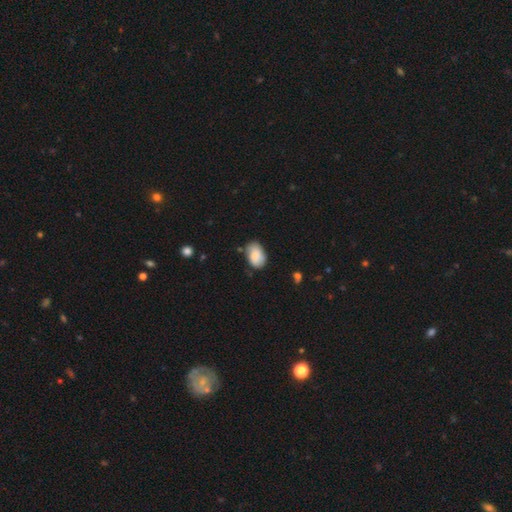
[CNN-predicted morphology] type=smooth (84%); roundness=in between (88%); merging=none (68%).